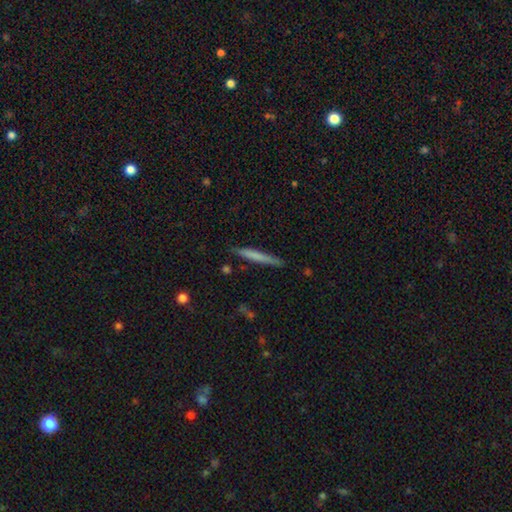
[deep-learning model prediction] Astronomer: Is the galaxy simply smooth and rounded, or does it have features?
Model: smooth — 66%.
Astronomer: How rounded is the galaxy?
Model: cigar-shaped — 96%.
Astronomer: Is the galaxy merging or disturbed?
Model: none — 87%.